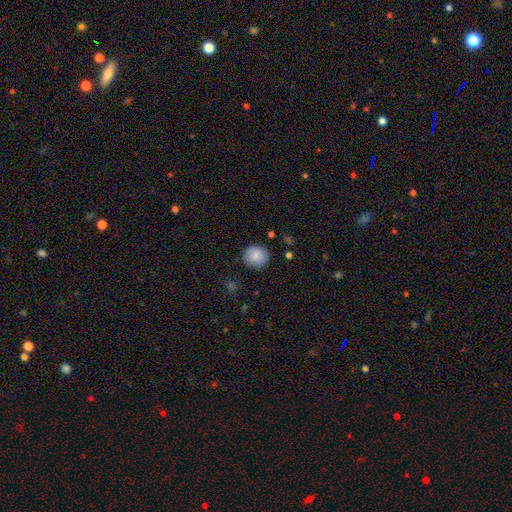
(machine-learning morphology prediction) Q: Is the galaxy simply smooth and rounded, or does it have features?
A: smooth — 86%.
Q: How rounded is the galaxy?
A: round — 86%.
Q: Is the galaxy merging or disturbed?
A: none — 86%.